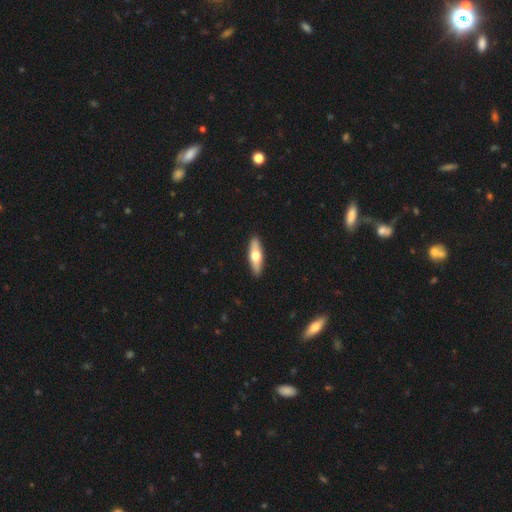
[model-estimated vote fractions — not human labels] Smooth or featured?
  - smooth: 54% *
  - featured or disk: 41%
  - star or artifact: 5%
How rounded?
  - cigar-shaped: 56% *
  - in between: 42%
  - round: 2%
Merging?
  - none: 91% *
  - minor disturbance: 7%
  - major disturbance: 1%
  - merger: 1%